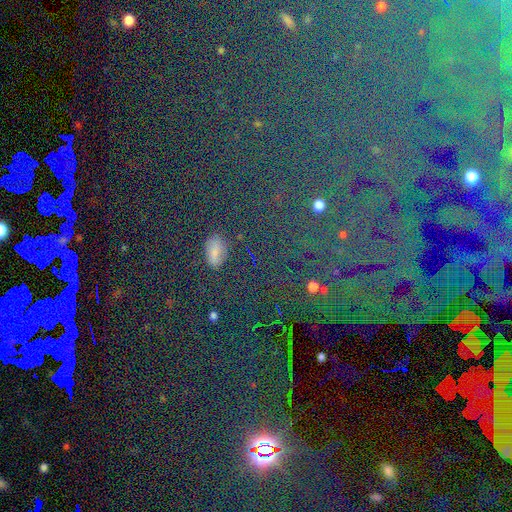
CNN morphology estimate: Smooth or featured: star or artifact — 72% (smooth — 16%)